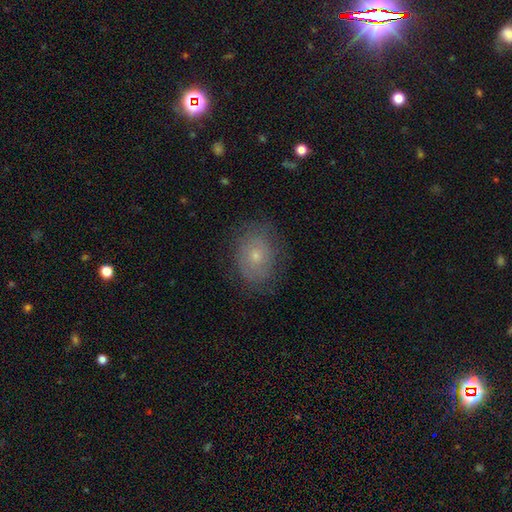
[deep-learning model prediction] smooth-or-featured: smooth: 55% | featured or disk: 34% | star or artifact: 11%
  how-rounded: in between: 62% | round: 37% | cigar-shaped: 1%
  merging: none: 76% | minor disturbance: 16% | major disturbance: 6% | merger: 1%